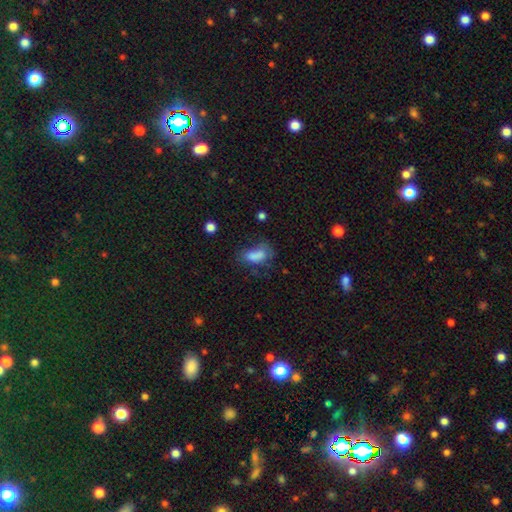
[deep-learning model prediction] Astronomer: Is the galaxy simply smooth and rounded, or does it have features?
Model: smooth — 75%.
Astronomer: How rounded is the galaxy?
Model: in between — 87%.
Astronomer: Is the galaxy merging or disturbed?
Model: none — 36% (runner-up: minor disturbance, 28%).